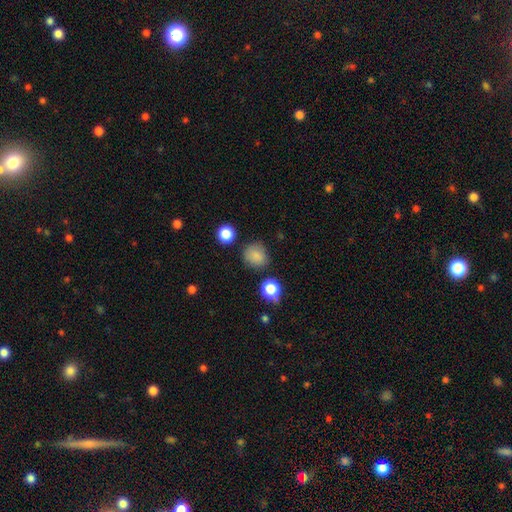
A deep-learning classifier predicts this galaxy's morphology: Smooth or featured? smooth (82%)
How rounded? round (83%)
Merging? none (79%)